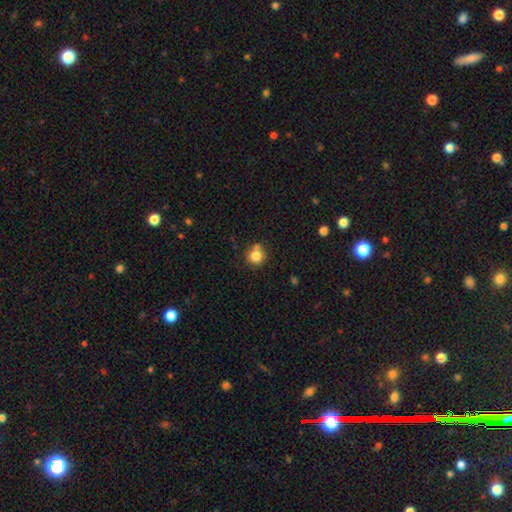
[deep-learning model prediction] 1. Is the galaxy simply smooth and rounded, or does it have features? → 82% smooth, 11% star or artifact, 7% featured or disk.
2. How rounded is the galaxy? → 91% round, 8% in between, 1% cigar-shaped.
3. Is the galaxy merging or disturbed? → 69% none, 15% merger, 12% minor disturbance, 3% major disturbance.